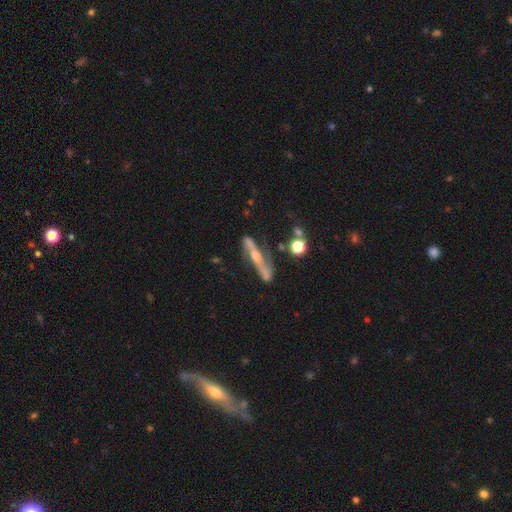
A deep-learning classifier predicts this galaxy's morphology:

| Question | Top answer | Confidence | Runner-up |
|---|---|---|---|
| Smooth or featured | featured or disk | 74% | smooth (19%) |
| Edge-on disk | yes | 63% | no (37%) |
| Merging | none | 64% | minor disturbance (20%) |